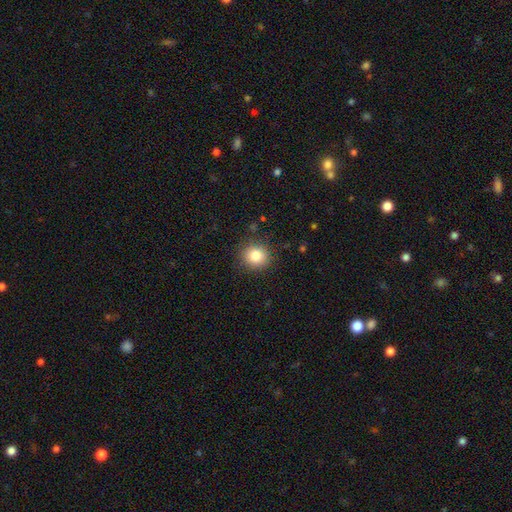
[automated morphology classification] The model was most divided on "how rounded": round: 85%, in between: 14%, cigar-shaped: 1%. More confident: merging — none (88%); smooth or featured — smooth (84%).